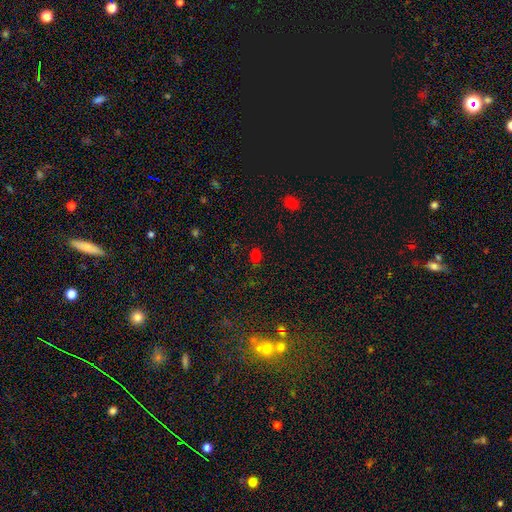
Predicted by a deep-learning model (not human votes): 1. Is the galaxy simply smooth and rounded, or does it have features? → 66% smooth, 29% star or artifact, 5% featured or disk.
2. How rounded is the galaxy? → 58% in between, 40% round, 2% cigar-shaped.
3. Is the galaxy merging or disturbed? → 77% none, 15% minor disturbance, 5% major disturbance, 3% merger.